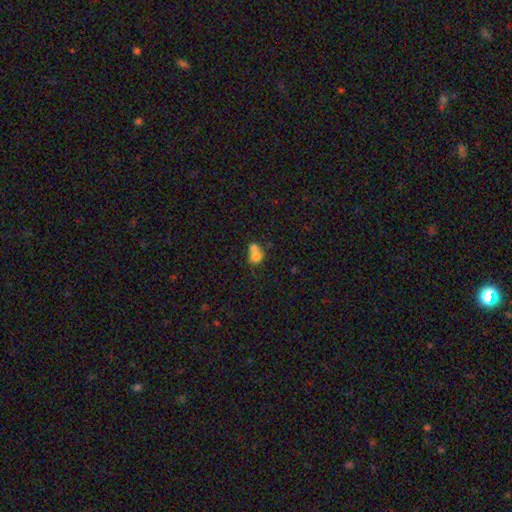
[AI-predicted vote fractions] smooth 72%, featured or disk 17%, star or artifact 11%. Down the decision tree: how rounded — round (63%); merging — merger (68%).